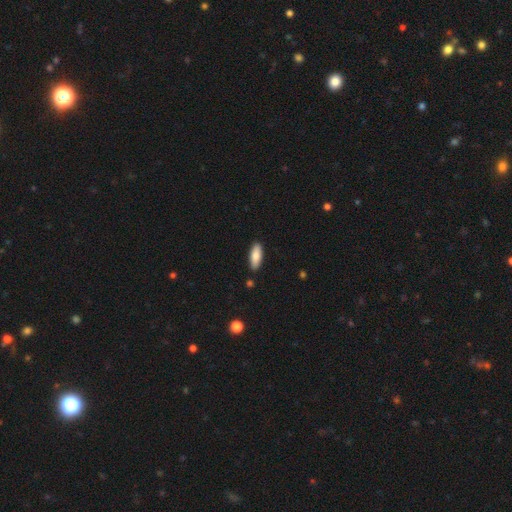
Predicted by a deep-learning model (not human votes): Q: Smooth or featured?
A: smooth (84%); runner-up: featured or disk (10%)
Q: How rounded?
A: in between (75%); runner-up: cigar-shaped (23%)
Q: Merging?
A: none (87%); runner-up: minor disturbance (9%)